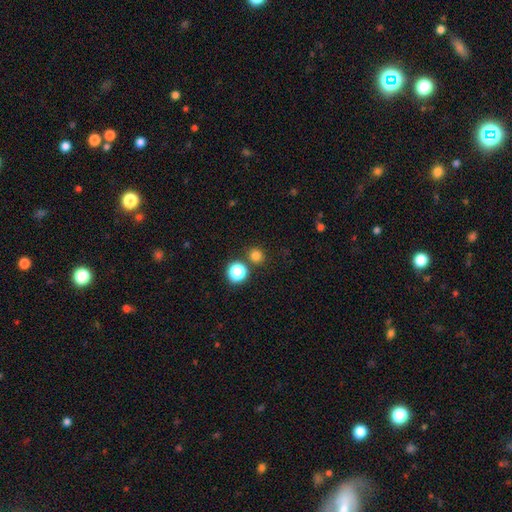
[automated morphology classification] Q: Smooth or featured?
A: smooth (78%); runner-up: star or artifact (18%)
Q: How rounded?
A: round (91%); runner-up: in between (8%)
Q: Merging?
A: none (83%); runner-up: merger (9%)